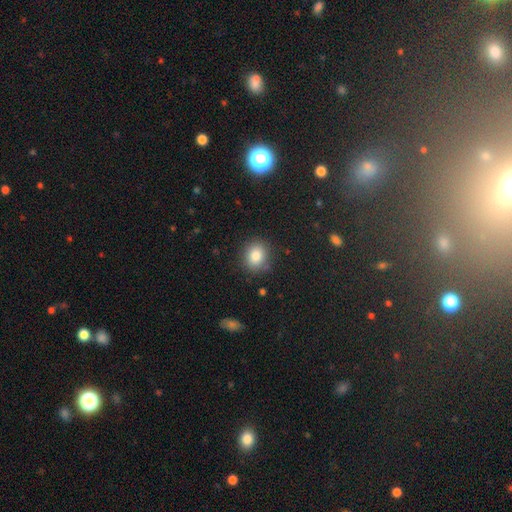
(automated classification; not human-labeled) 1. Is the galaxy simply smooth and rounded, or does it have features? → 84% smooth, 10% star or artifact, 6% featured or disk.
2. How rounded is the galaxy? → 67% round, 32% in between, 1% cigar-shaped.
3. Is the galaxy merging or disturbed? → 84% none, 11% minor disturbance, 3% major disturbance, 2% merger.